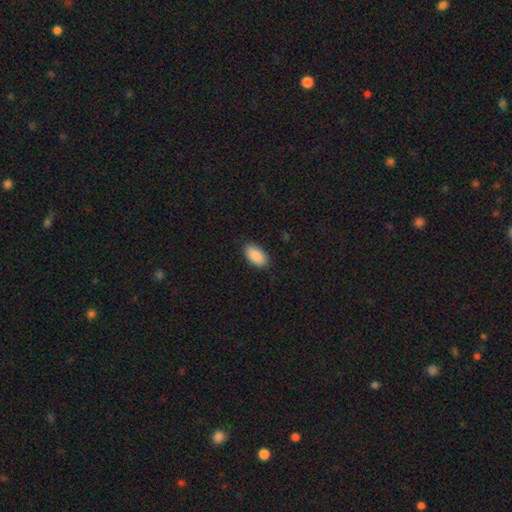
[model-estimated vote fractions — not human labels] smooth 90%, star or artifact 6%, featured or disk 3%. Down the decision tree: how rounded — in between (95%); merging — none (86%).